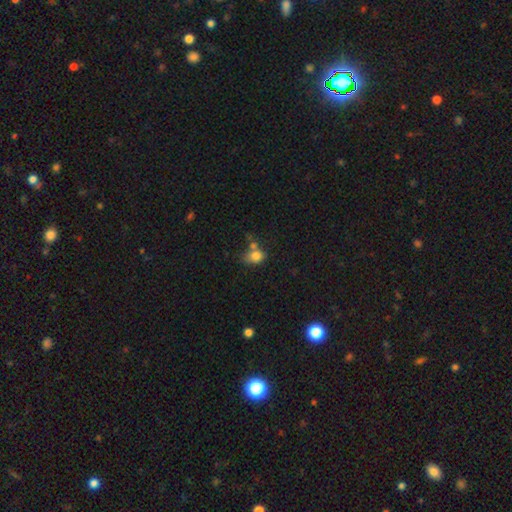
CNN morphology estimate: smooth_or_featured: smooth (p=0.79) [alt: star or artifact p=0.11]
how_rounded: in between (p=0.51) [alt: round p=0.48]
merging: none (p=0.42) [alt: merger p=0.26]